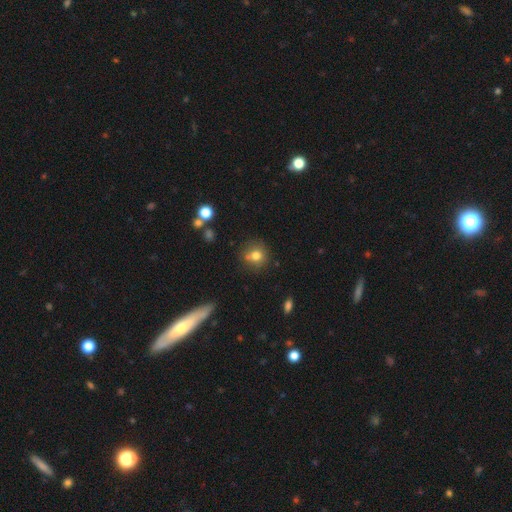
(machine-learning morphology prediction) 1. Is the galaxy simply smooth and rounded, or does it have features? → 77% smooth, 13% star or artifact, 11% featured or disk.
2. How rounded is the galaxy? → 85% round, 14% in between, 1% cigar-shaped.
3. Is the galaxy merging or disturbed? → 70% none, 16% minor disturbance, 10% merger, 5% major disturbance.